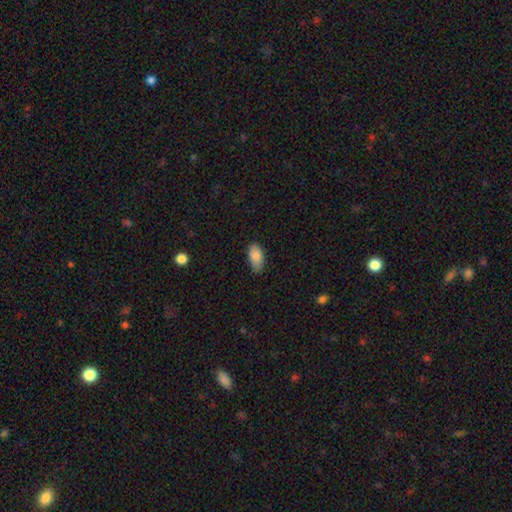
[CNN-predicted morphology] smooth_or_featured: smooth (p=0.84) [alt: featured or disk p=0.09]
how_rounded: in between (p=0.93) [alt: round p=0.04]
merging: none (p=0.66) [alt: minor disturbance p=0.28]